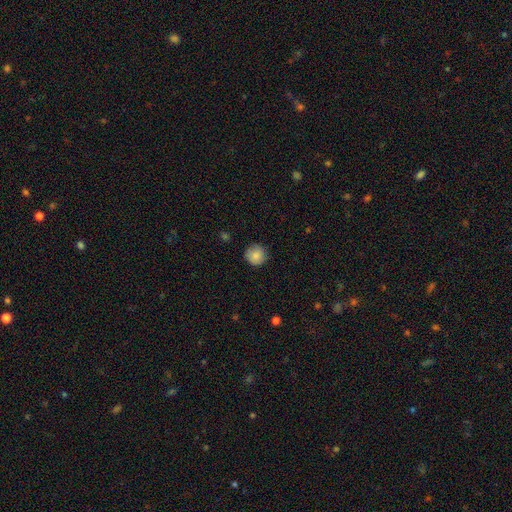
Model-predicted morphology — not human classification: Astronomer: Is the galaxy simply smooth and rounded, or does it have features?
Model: smooth — 85%.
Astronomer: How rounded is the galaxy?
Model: round — 94%.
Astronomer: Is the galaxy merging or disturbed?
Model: none — 87%.